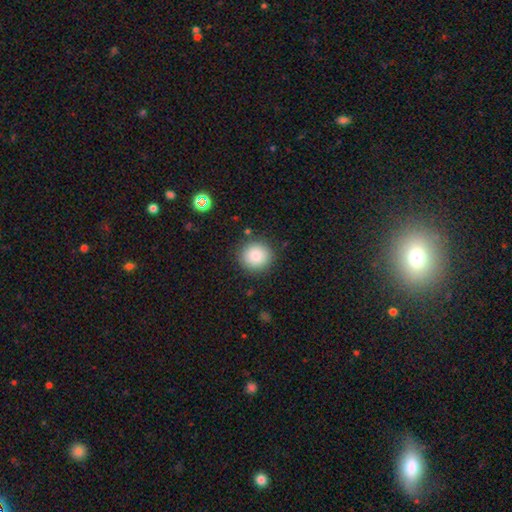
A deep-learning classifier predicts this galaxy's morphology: A smooth galaxy with no disk features (86%) that is round (92%).

Vote fractions:
- Smooth or featured? smooth: 86% / star or artifact: 9% / featured or disk: 5%
- How rounded? round: 92% / in between: 7% / cigar-shaped: 1%
- Merging? none: 89% / minor disturbance: 7% / major disturbance: 2% / merger: 2%